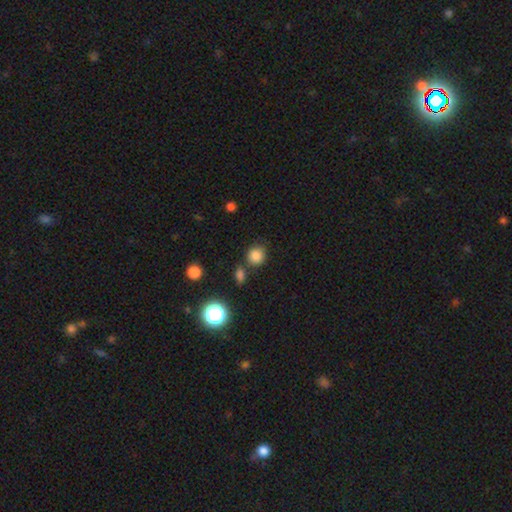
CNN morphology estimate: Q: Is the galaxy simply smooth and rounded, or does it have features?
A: smooth — 83%.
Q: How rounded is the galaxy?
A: round — 86%.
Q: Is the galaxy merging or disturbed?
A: none — 75%.